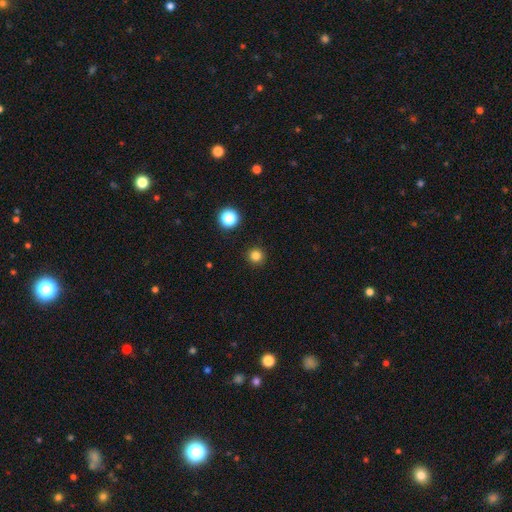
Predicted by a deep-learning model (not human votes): Smooth or featured: smooth — 82% (star or artifact — 14%)
How rounded: round — 95% (in between — 4%)
Merging: none — 92% (minor disturbance — 5%)